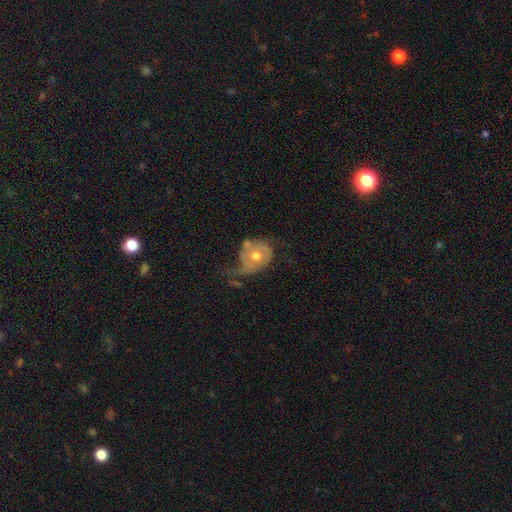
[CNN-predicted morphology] Overall: featured or disk (62%; smooth 30%). Edge-on disk: no (96%). Bar: no (81%). Spiral arms: yes (65%; no 35%). Bulge size: moderate (75%). Merging: major disturbance (35%; none 31%).